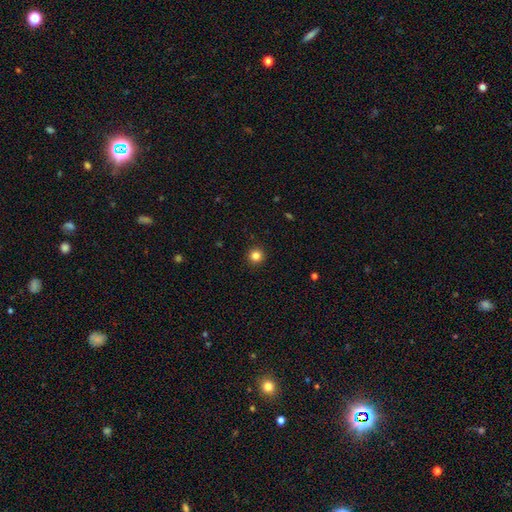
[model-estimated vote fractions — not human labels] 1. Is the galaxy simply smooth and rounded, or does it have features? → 84% smooth, 12% star or artifact, 4% featured or disk.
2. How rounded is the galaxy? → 96% round, 3% in between, 1% cigar-shaped.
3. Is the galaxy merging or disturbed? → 93% none, 4% minor disturbance, 2% major disturbance, 1% merger.